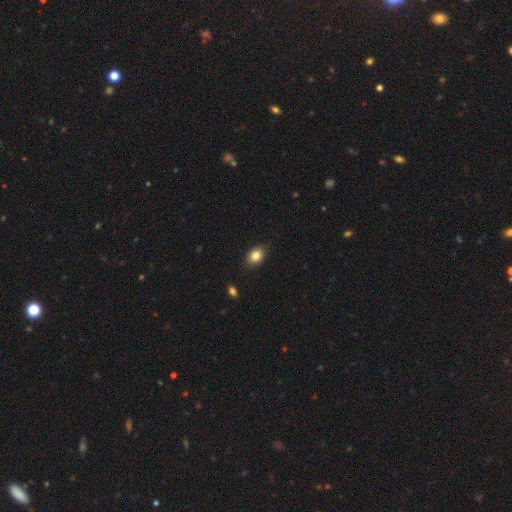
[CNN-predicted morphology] smooth_or_featured: smooth (p=0.83) [alt: star or artifact p=0.09]
how_rounded: in between (p=0.77) [alt: round p=0.21]
merging: none (p=0.84) [alt: minor disturbance p=0.13]